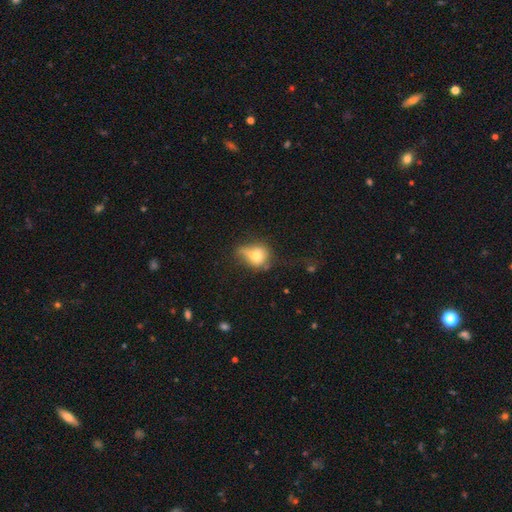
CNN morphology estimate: Overall: smooth (65%). How rounded: round (53%; in between 45%). Merging: none (35%; minor disturbance 34%).